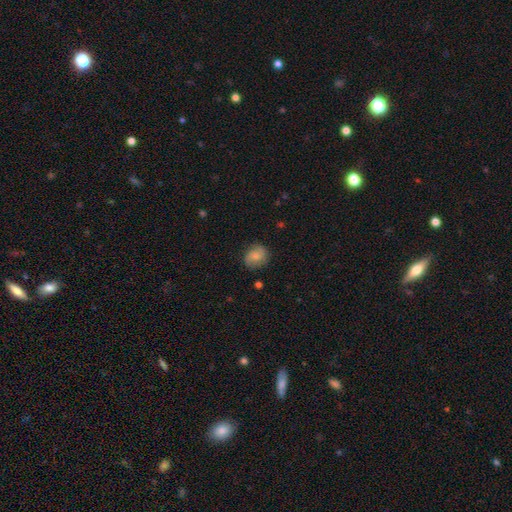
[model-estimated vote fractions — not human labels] A smooth galaxy with no disk features (56%) that is round (69%). Merging: none (78%).